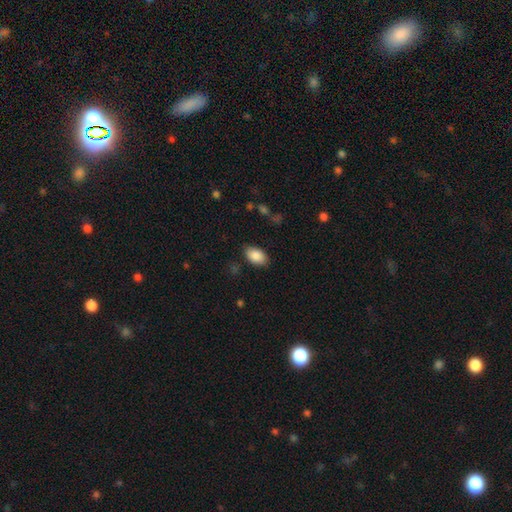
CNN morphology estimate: This appears to be a smooth galaxy with no disk features (88%) that is in between round and cigar-shaped (92%). Merging: none (85%).